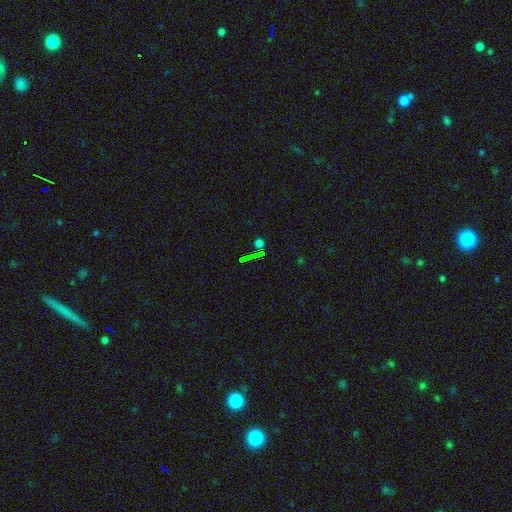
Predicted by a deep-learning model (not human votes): star or artifact 52%, smooth 33%, featured or disk 15%.